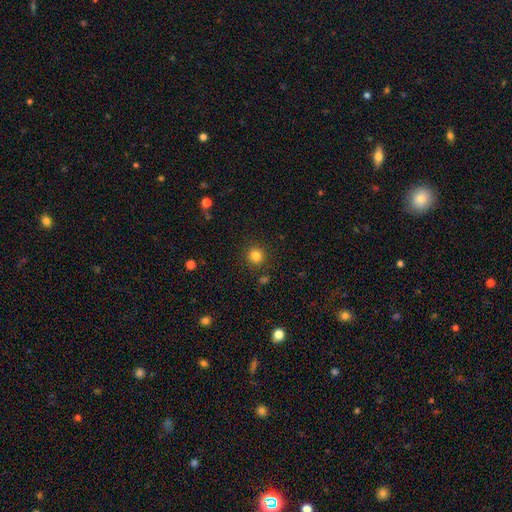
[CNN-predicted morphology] Smooth or featured? smooth (82%)
How rounded? round (93%)
Merging? none (90%)